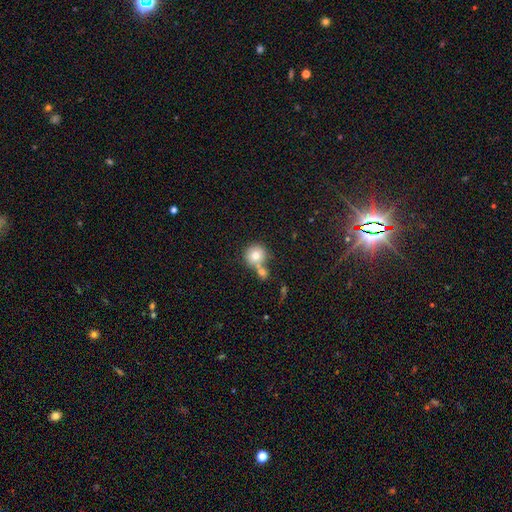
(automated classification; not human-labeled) A smooth galaxy with no disk features (76%) that is round (90%).

Vote fractions:
- Smooth or featured? smooth: 76% / featured or disk: 14% / star or artifact: 10%
- How rounded? round: 90% / in between: 10% / cigar-shaped: 1%
- Merging? none: 50% / merger: 37% / minor disturbance: 9% / major disturbance: 4%